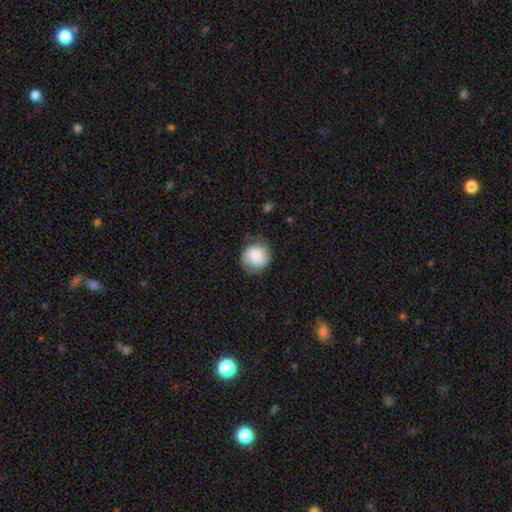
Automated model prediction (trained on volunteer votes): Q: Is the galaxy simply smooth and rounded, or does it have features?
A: smooth — 70%.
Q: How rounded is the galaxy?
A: round — 83%.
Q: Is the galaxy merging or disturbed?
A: none — 58%.